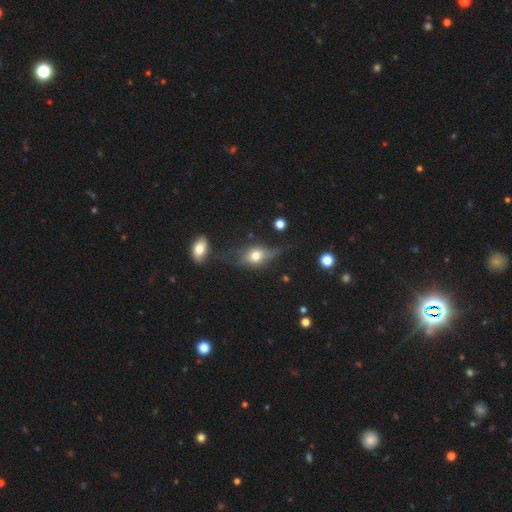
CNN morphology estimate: A featured or disk galaxy (45%).

Vote fractions:
- Smooth or featured? featured or disk: 45% / smooth: 44% / star or artifact: 11%
- Merging? none: 55% / minor disturbance: 25% / major disturbance: 15% / merger: 6%